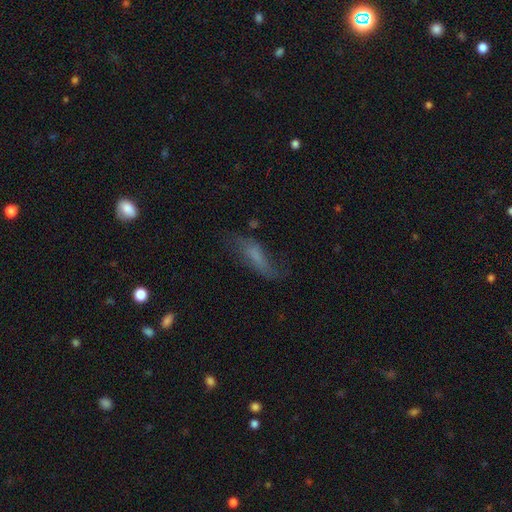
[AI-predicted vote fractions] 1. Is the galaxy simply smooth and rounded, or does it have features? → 52% smooth, 36% featured or disk, 12% star or artifact.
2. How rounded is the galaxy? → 49% cigar-shaped, 48% in between, 3% round.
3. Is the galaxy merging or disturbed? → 52% none, 26% minor disturbance, 19% major disturbance, 3% merger.